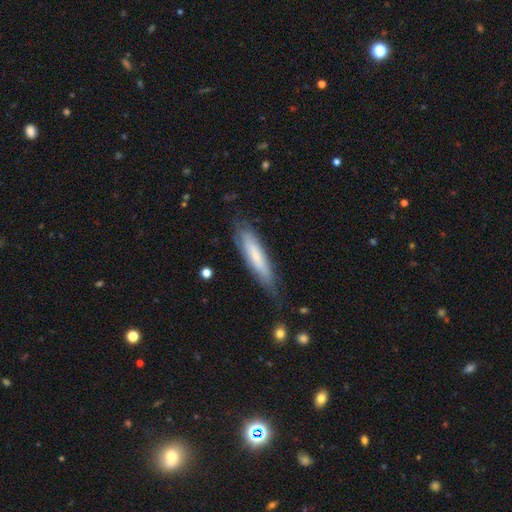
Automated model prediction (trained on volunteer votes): Smooth or featured?
  - smooth: 60% *
  - featured or disk: 34%
  - star or artifact: 6%
How rounded?
  - cigar-shaped: 80% *
  - in between: 19%
  - round: 1%
Merging?
  - none: 71% *
  - minor disturbance: 22%
  - major disturbance: 6%
  - merger: 2%